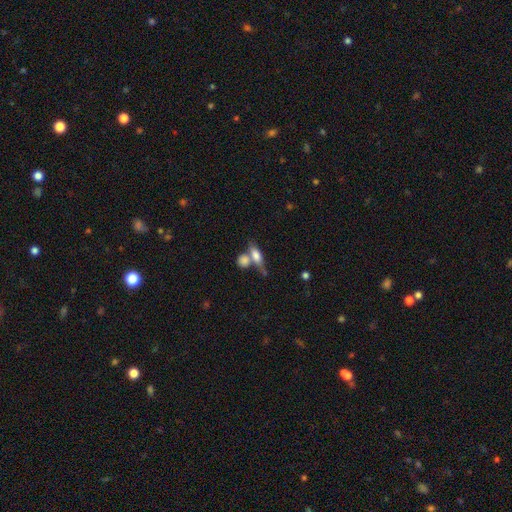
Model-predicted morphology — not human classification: The model was most divided on "merging": none: 42%, merger: 40%, minor disturbance: 12%, major disturbance: 6%. More confident: smooth or featured — smooth (63%); how rounded — in between (56%).